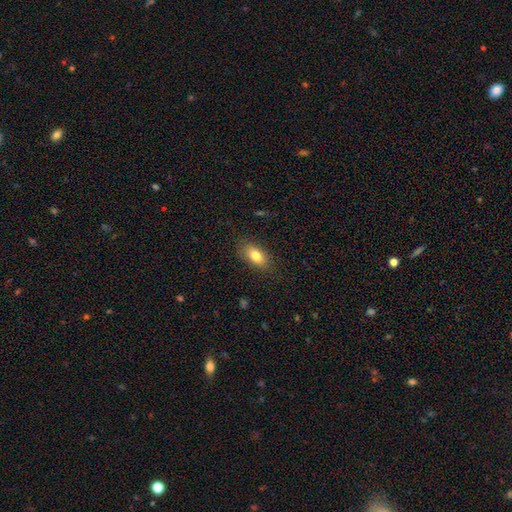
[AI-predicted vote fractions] Overall: smooth (81%). How rounded: in between (88%). Merging: none (84%).